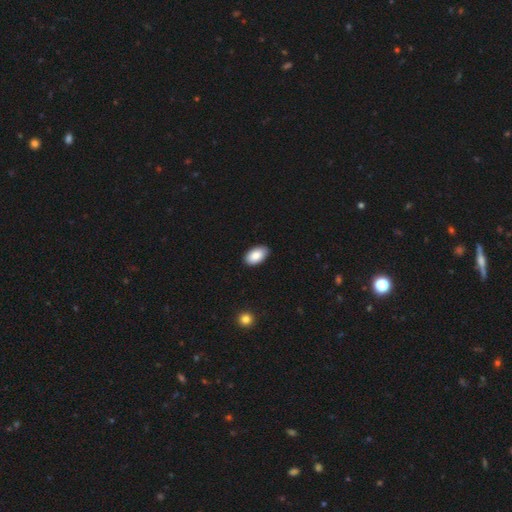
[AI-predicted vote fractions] Smooth or featured?
  - smooth: 87% *
  - star or artifact: 7%
  - featured or disk: 6%
How rounded?
  - in between: 95% *
  - round: 4%
  - cigar-shaped: 1%
Merging?
  - none: 88% *
  - minor disturbance: 10%
  - major disturbance: 2%
  - merger: 1%